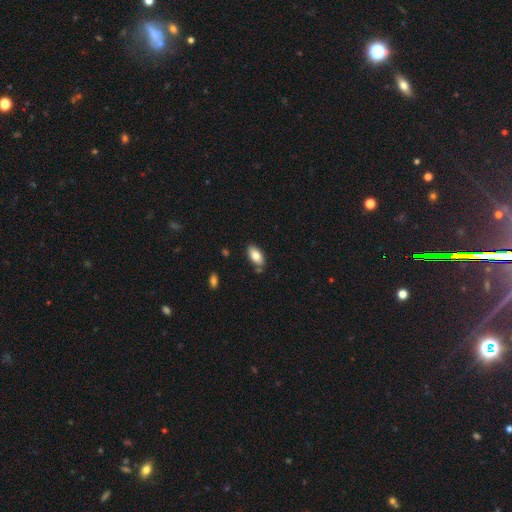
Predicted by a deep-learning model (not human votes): Overall: smooth (81%). How rounded: in between (93%). Merging: none (81%).